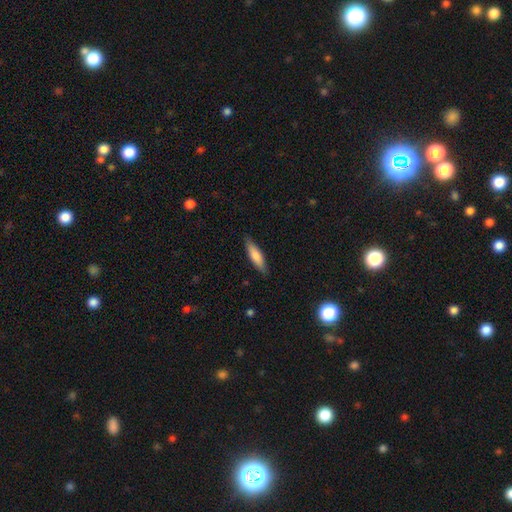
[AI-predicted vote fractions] Morphology: type=smooth (76%); roundness=cigar-shaped (64%); merging=none (85%).